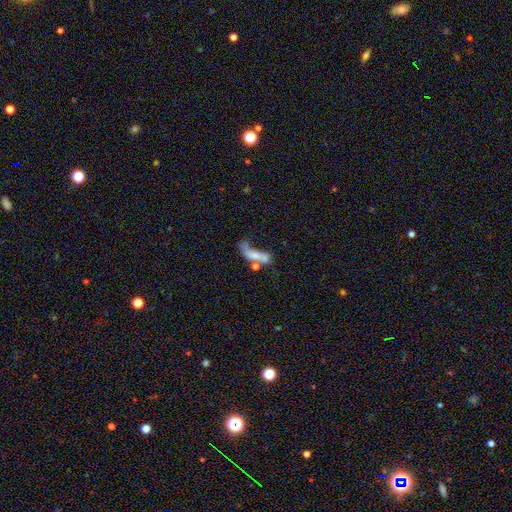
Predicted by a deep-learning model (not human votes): smooth 53%, featured or disk 36%, star or artifact 11%. Down the decision tree: how rounded — in between (53%); merging — merger (41%).